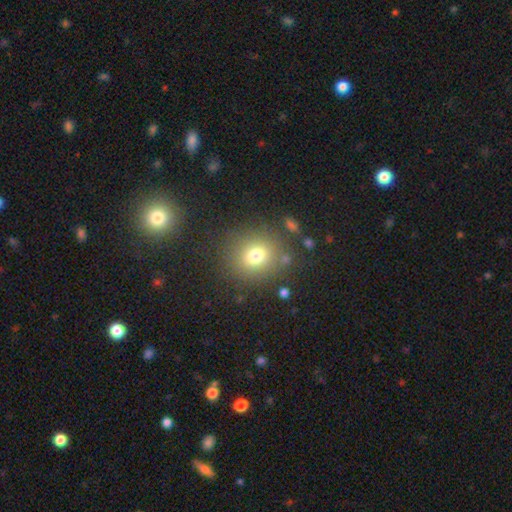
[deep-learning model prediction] The model was most divided on "smooth or featured": smooth: 74%, star or artifact: 15%, featured or disk: 11%. More confident: merging — none (81%); how rounded — round (80%).